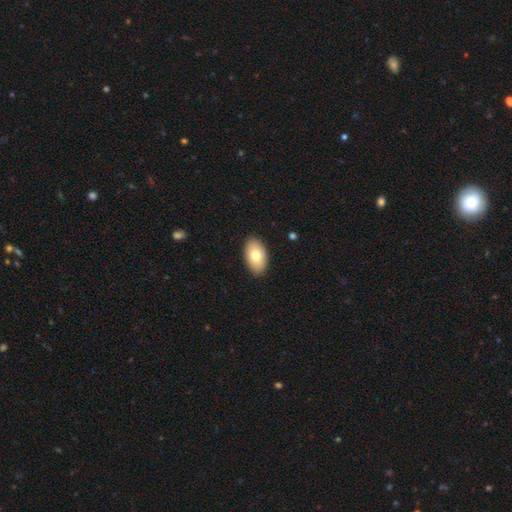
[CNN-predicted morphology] Q: Smooth or featured?
A: smooth (74%); runner-up: featured or disk (19%)
Q: How rounded?
A: in between (94%); runner-up: round (5%)
Q: Merging?
A: none (89%); runner-up: minor disturbance (8%)